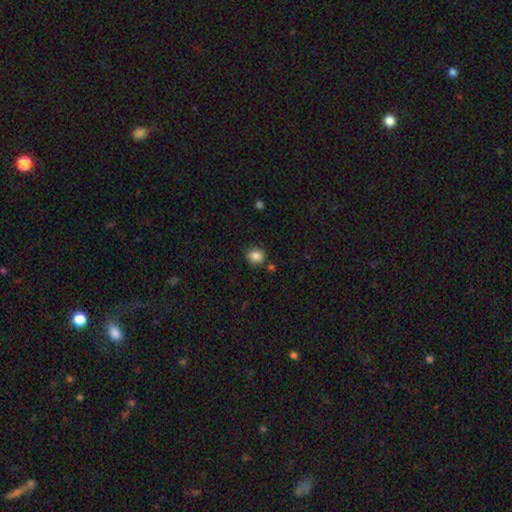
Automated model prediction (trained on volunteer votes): A smooth galaxy with no disk features (85%) that is round (76%). Merging: none (82%).